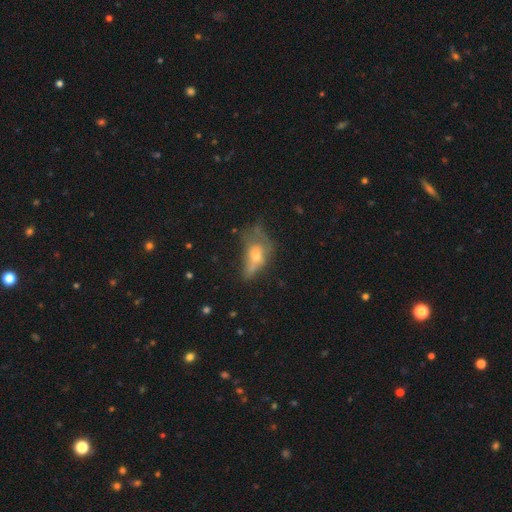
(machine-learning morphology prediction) A smooth galaxy with no disk features (47%).

Vote fractions:
- Smooth or featured? smooth: 47% / featured or disk: 40% / star or artifact: 13%
- Merging? major disturbance: 41% / minor disturbance: 25% / none: 24% / merger: 10%